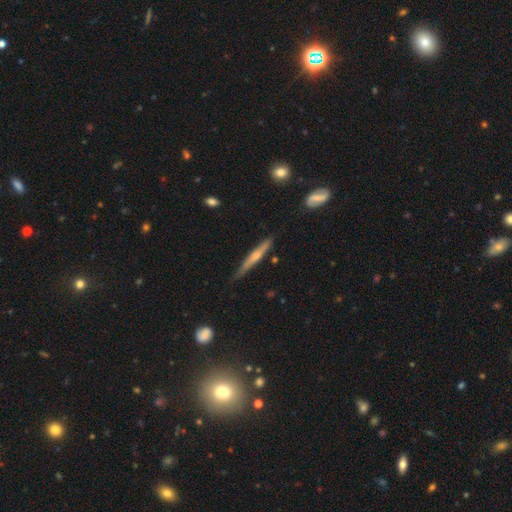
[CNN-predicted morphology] This appears to be a featured or disk galaxy (56%) viewed edge-on (95%) with a rounded central bulge (62%). Merging: none (75%).